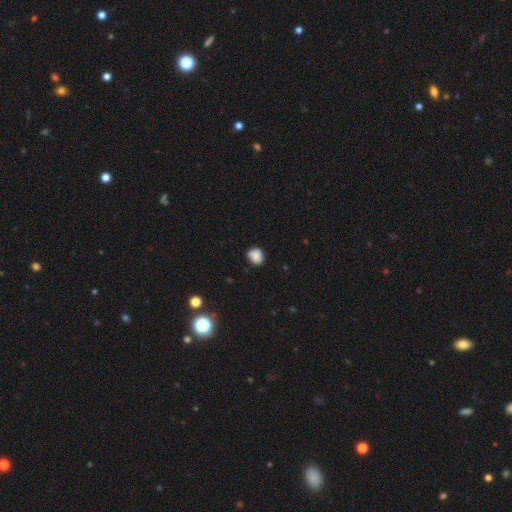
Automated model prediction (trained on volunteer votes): smooth 86%, star or artifact 10%, featured or disk 5%. Down the decision tree: how rounded — round (54%); merging — none (73%).